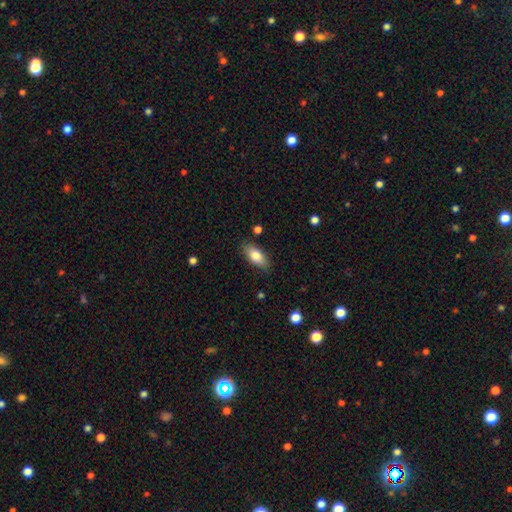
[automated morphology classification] Overall: smooth (81%). How rounded: in between (87%). Merging: none (84%).